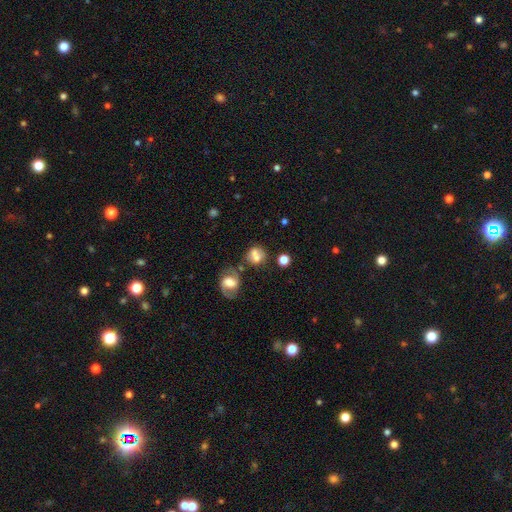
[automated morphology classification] Smooth or featured?
  - smooth: 62% *
  - featured or disk: 26%
  - star or artifact: 12%
How rounded?
  - round: 64% *
  - in between: 34%
  - cigar-shaped: 2%
Merging?
  - none: 47% *
  - merger: 28%
  - minor disturbance: 16%
  - major disturbance: 9%